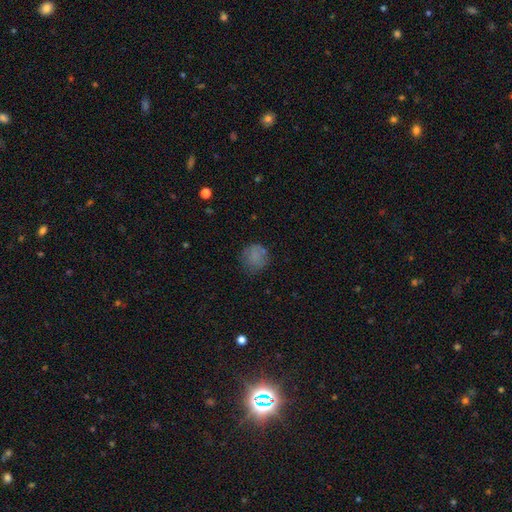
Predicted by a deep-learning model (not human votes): Overall: smooth (76%). How rounded: round (84%). Merging: none (66%).